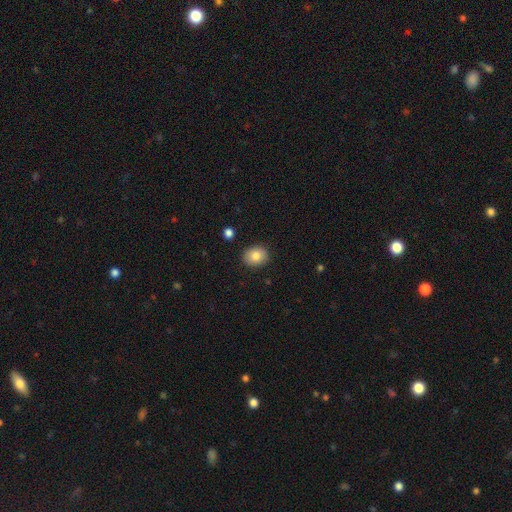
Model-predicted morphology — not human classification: smooth-or-featured: smooth: 84% | star or artifact: 8% | featured or disk: 8%
  how-rounded: round: 56% | in between: 43% | cigar-shaped: 1%
  merging: none: 88% | minor disturbance: 8% | major disturbance: 2% | merger: 2%